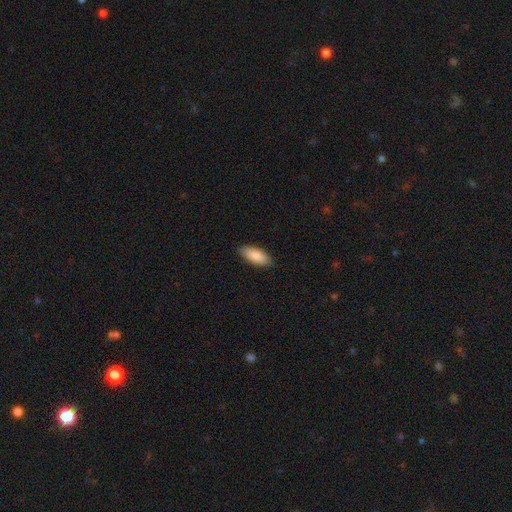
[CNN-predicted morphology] The model was most divided on "how rounded": in between: 84%, cigar-shaped: 14%, round: 2%. More confident: smooth or featured — smooth (88%); merging — none (87%).